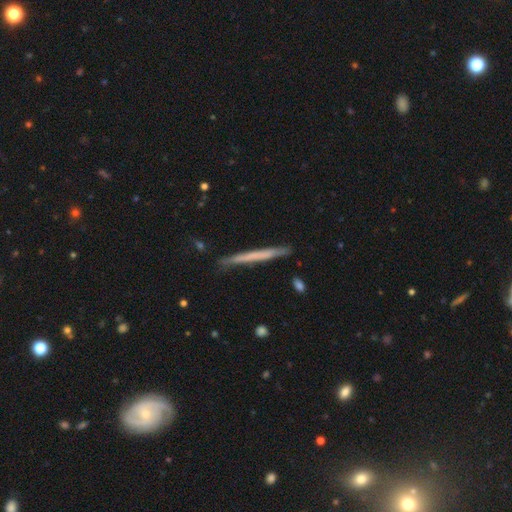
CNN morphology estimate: smooth-or-featured: smooth: 51% | featured or disk: 43% | star or artifact: 6%
  how-rounded: cigar-shaped: 97% | in between: 2% | round: 1%
  merging: none: 86% | minor disturbance: 11% | major disturbance: 2% | merger: 2%